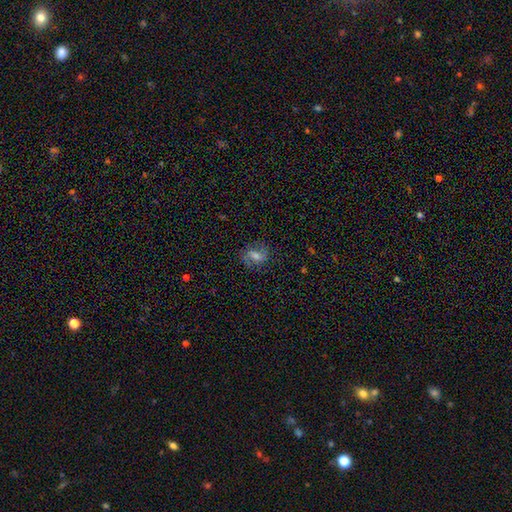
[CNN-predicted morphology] This appears to be a featured or disk galaxy (49%). Merging: none (73%).